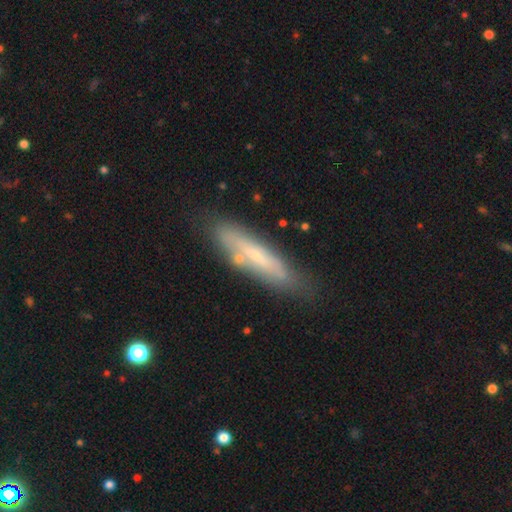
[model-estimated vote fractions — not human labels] smooth-or-featured: featured or disk: 47% | smooth: 45% | star or artifact: 8%
  merging: none: 75% | minor disturbance: 17% | merger: 4% | major disturbance: 4%